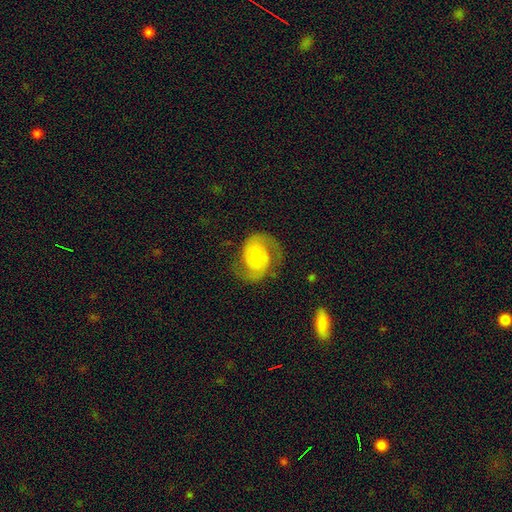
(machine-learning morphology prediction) type=featured or disk (84%); edge-on=no (98%); bar=no (64%); spiral arms=yes (96%); winding=medium (53%); arm count=2 (92%); bulge=small (45%); merging=none (76%).